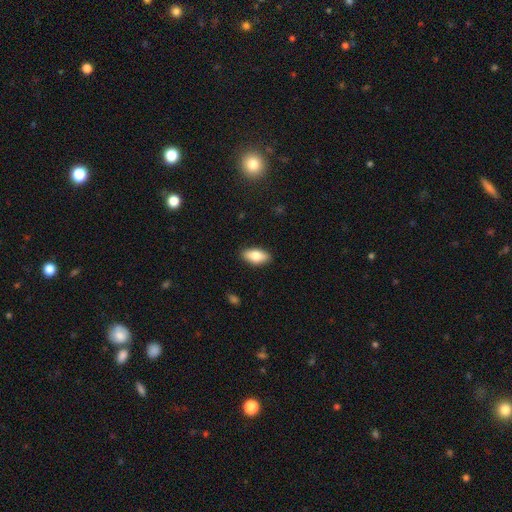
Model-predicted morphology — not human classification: Smooth or featured? smooth (80%)
How rounded? in between (89%)
Merging? none (89%)